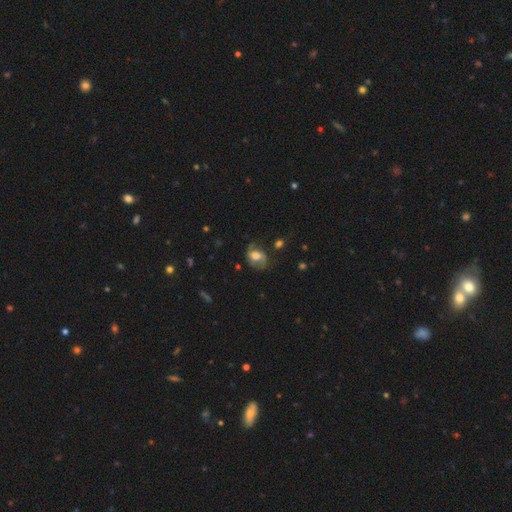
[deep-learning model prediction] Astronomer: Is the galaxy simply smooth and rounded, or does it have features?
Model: featured or disk — 48% (runner-up: smooth, 43%).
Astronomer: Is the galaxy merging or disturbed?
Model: none — 54%.